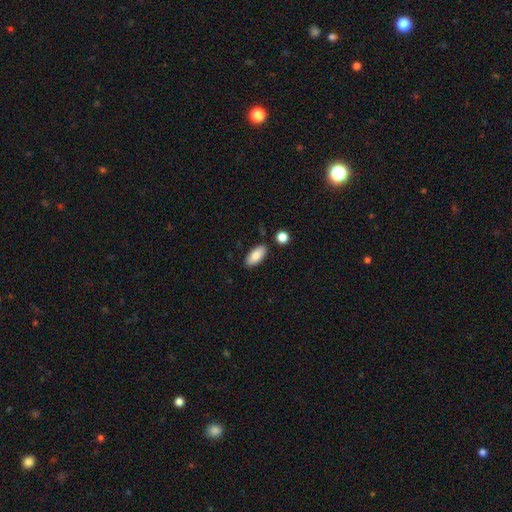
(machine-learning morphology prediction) A smooth galaxy with no disk features (85%) that is in between round and cigar-shaped (89%).

Vote fractions:
- Smooth or featured? smooth: 85% / featured or disk: 9% / star or artifact: 7%
- How rounded? in between: 89% / cigar-shaped: 9% / round: 2%
- Merging? none: 86% / minor disturbance: 9% / merger: 3% / major disturbance: 2%